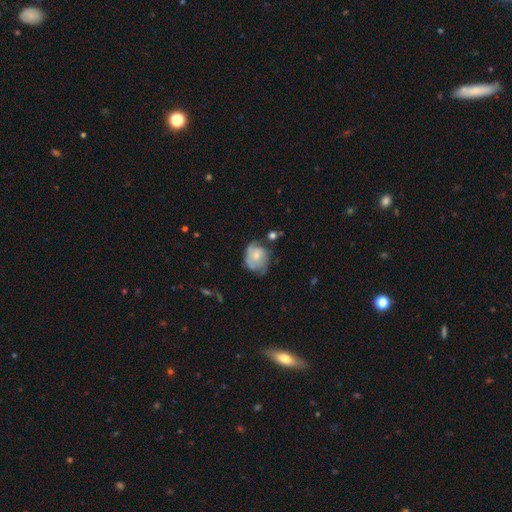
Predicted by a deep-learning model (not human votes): Smooth or featured?
  - featured or disk: 63% *
  - smooth: 30%
  - star or artifact: 7%
Edge-on disk?
  - no: 97% *
  - yes: 3%
Bar?
  - no: 78% *
  - weak: 19%
  - strong: 3%
Spiral arms?
  - yes: 80% *
  - no: 20%
Bulge size?
  - small: 51% *
  - moderate: 41%
  - none: 4%
  - large: 2%
  - dominant: 1%
Merging?
  - none: 49% *
  - minor disturbance: 31%
  - major disturbance: 16%
  - merger: 5%